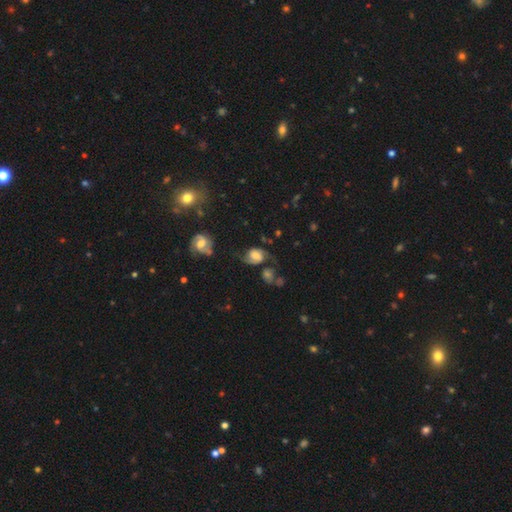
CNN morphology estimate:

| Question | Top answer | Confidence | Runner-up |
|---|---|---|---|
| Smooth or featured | featured or disk | 66% | smooth (24%) |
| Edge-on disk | no | 97% | yes (3%) |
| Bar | no | 52% | weak (38%) |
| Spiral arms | yes | 92% | no (8%) |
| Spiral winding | loose | 43% | medium (42%) |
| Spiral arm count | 2 | 87% | 1 (5%) |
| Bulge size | large | 31% | moderate (30%) |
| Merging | none | 50% | minor disturbance (22%) |